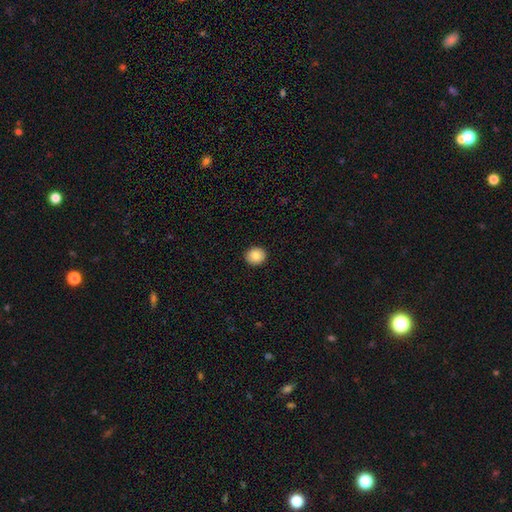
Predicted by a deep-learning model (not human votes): smooth_or_featured: smooth (p=0.84) [alt: star or artifact p=0.08]
how_rounded: round (p=0.85) [alt: in between p=0.14]
merging: none (p=0.92) [alt: minor disturbance p=0.05]